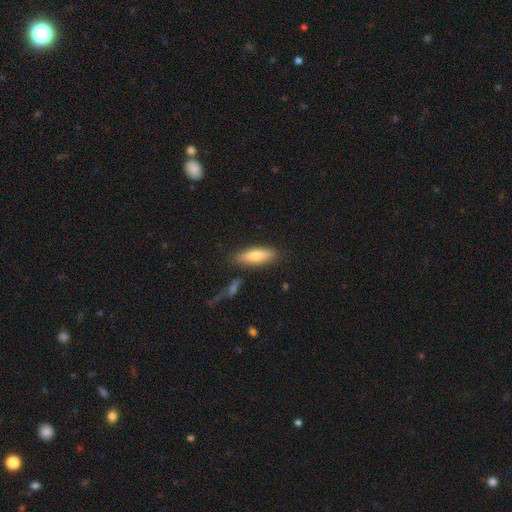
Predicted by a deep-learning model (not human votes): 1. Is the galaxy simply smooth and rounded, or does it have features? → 71% smooth, 23% featured or disk, 7% star or artifact.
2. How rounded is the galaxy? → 51% in between, 47% cigar-shaped, 2% round.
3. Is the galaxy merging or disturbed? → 83% none, 11% minor disturbance, 4% merger, 3% major disturbance.